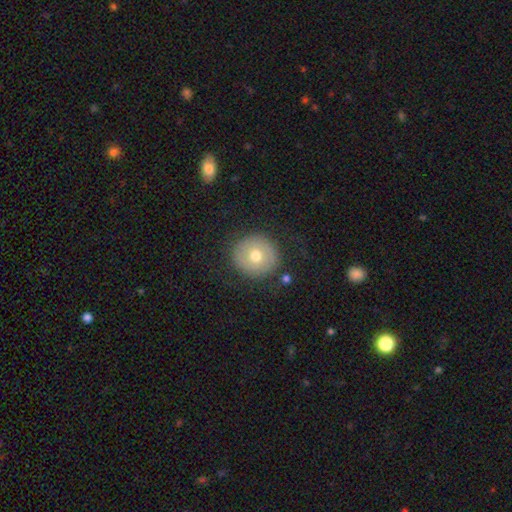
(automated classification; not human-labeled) Morphology: type=smooth (67%); roundness=round (93%); merging=none (85%).